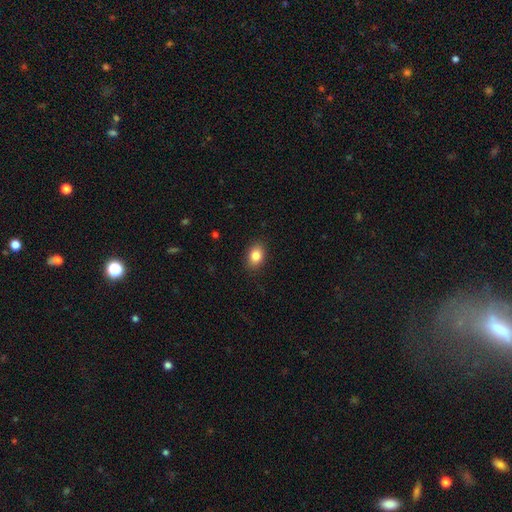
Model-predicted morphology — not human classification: The model was most divided on "how rounded": in between: 79%, round: 20%, cigar-shaped: 1%. More confident: merging — none (89%); smooth or featured — smooth (84%).